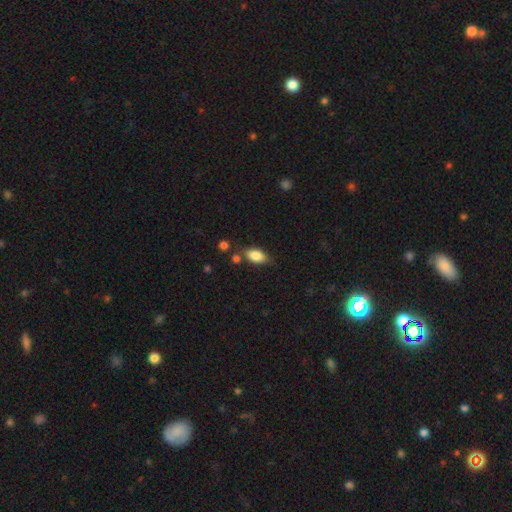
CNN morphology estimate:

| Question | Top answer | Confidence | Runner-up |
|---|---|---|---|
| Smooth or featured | smooth | 82% | featured or disk (10%) |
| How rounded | in between | 89% | cigar-shaped (6%) |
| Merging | none | 68% | minor disturbance (19%) |